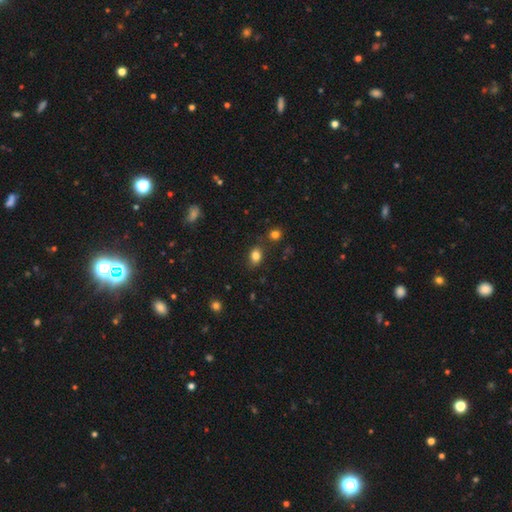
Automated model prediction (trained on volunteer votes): smooth_or_featured: smooth (p=0.83) [alt: star or artifact p=0.11]
how_rounded: in between (p=0.70) [alt: round p=0.29]
merging: none (p=0.77) [alt: minor disturbance p=0.14]